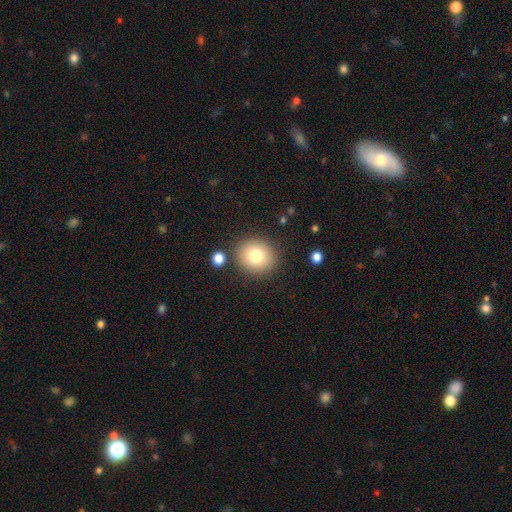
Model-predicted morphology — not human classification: A smooth galaxy with no disk features (79%) that is round (83%).

Vote fractions:
- Smooth or featured? smooth: 79% / featured or disk: 11% / star or artifact: 10%
- How rounded? round: 83% / in between: 16% / cigar-shaped: 1%
- Merging? none: 85% / minor disturbance: 8% / merger: 4% / major disturbance: 3%